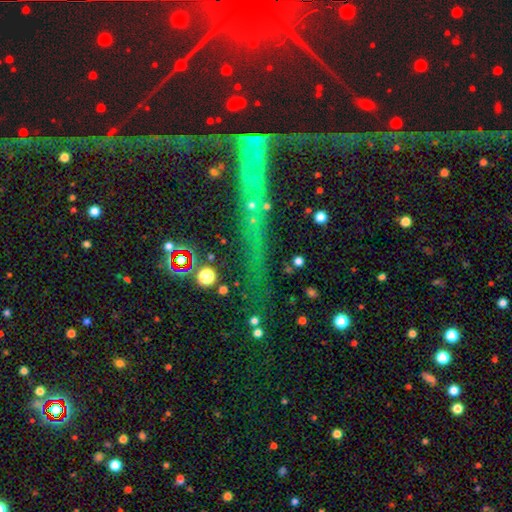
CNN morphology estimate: This is likely a star or artifact rather than a galaxy (70%).